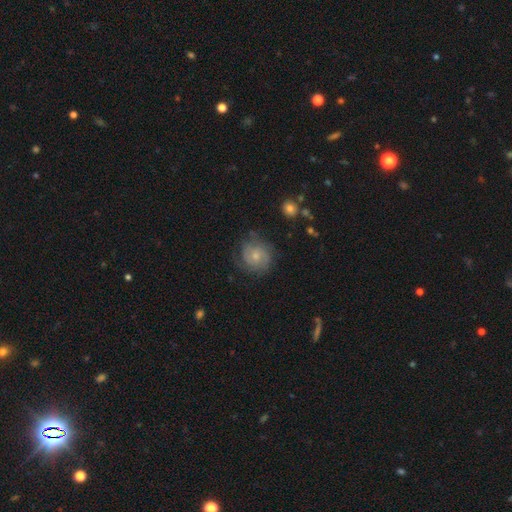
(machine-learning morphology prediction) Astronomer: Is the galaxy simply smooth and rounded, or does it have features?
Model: featured or disk — 55% (runner-up: smooth, 37%).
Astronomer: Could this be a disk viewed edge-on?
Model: no — 97%.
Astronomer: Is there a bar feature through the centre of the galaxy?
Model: no — 80%.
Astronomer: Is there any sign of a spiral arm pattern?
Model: yes — 84%.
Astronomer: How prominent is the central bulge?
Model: small — 62%.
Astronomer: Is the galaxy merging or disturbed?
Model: none — 68%.